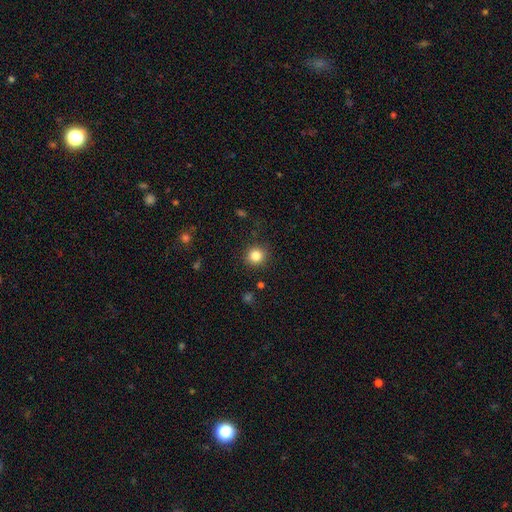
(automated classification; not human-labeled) This appears to be a smooth galaxy with no disk features (84%) that is round (91%). Merging: none (90%).